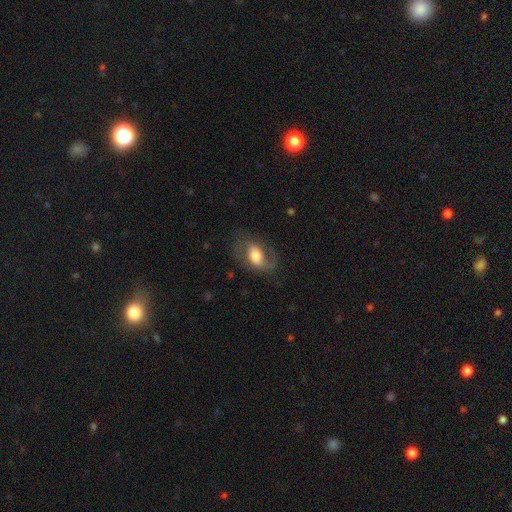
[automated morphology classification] Smooth or featured? featured or disk (59%)
Edge-on disk? no (95%)
Bar? no (42%)
Spiral arms? yes (85%)
Bulge size? moderate (53%)
Merging? none (63%)